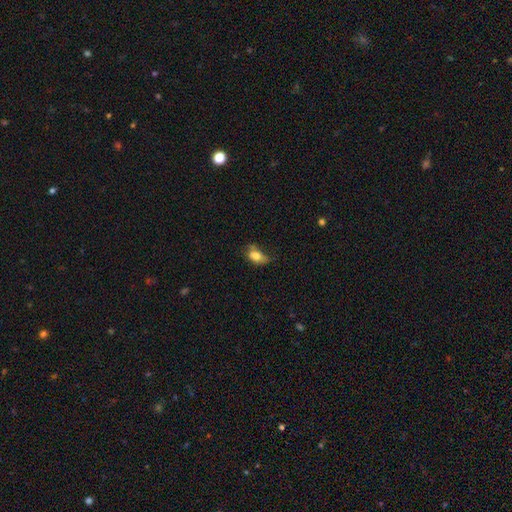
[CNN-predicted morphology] Overall: smooth (77%). How rounded: in between (85%). Merging: minor disturbance (39%; none 35%).